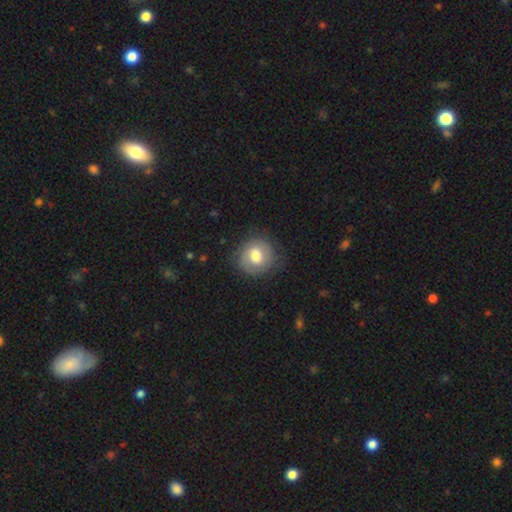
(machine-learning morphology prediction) Q: Smooth or featured?
A: smooth (60%); runner-up: featured or disk (33%)
Q: How rounded?
A: round (84%); runner-up: in between (15%)
Q: Merging?
A: none (78%); runner-up: minor disturbance (15%)